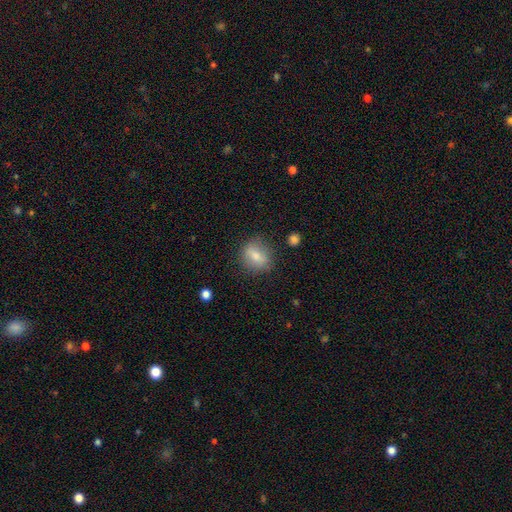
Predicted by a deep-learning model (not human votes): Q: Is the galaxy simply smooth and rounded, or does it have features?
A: smooth — 72%.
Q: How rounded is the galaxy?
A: round — 52%.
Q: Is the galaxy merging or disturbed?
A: none — 76%.